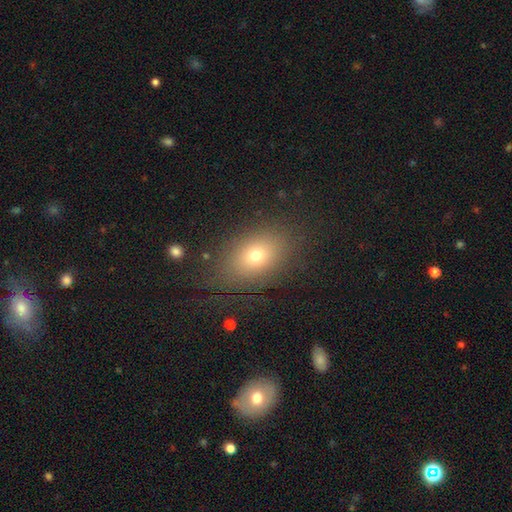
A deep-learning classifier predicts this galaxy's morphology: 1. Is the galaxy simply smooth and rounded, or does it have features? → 70% smooth, 16% featured or disk, 14% star or artifact.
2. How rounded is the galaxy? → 74% in between, 24% round, 2% cigar-shaped.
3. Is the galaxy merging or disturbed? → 76% none, 14% minor disturbance, 9% major disturbance, 2% merger.